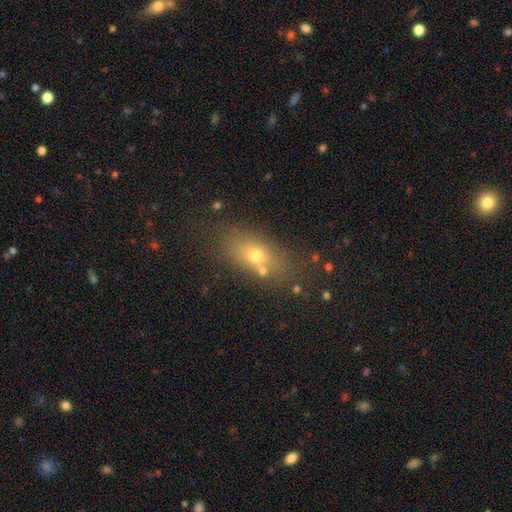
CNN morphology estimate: smooth 65%, featured or disk 20%, star or artifact 15%. Down the decision tree: how rounded — in between (72%); merging — none (66%).